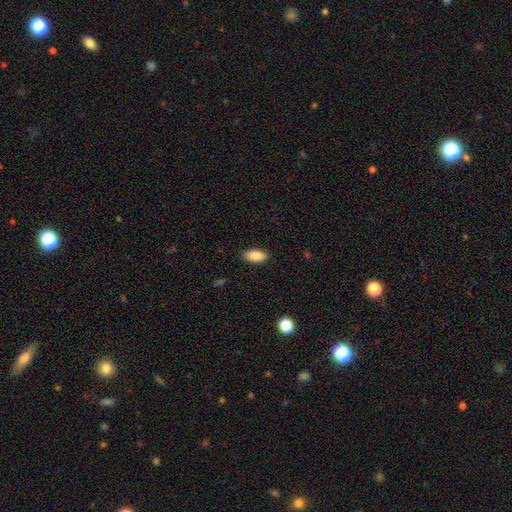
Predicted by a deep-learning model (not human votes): Smooth or featured: smooth — 88% (star or artifact — 7%)
How rounded: in between — 91% (cigar-shaped — 6%)
Merging: none — 88% (minor disturbance — 9%)